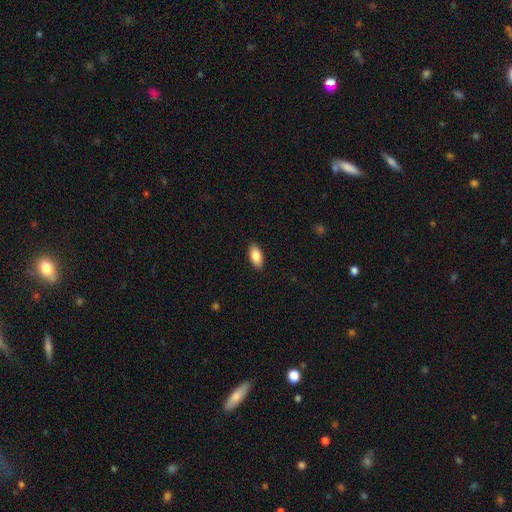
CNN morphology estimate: Smooth or featured: smooth — 86% (featured or disk — 8%)
How rounded: in between — 91% (cigar-shaped — 6%)
Merging: none — 89% (minor disturbance — 8%)